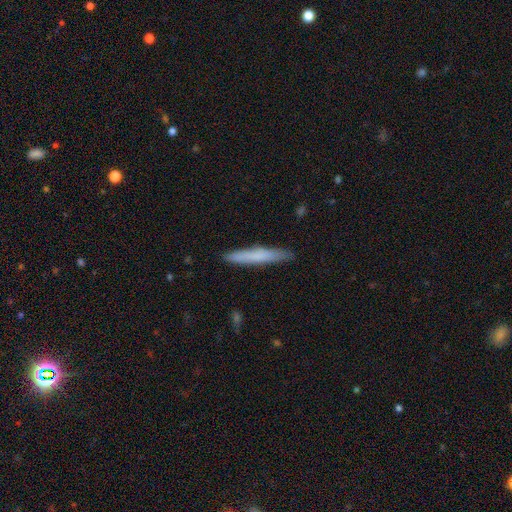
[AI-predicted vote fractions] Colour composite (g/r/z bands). It shows a smooth galaxy with no disk features (71%) that is cigar-shaped (95%). Merging: none (89%).